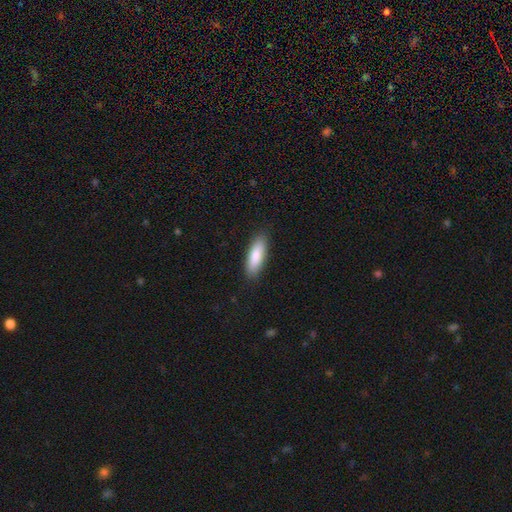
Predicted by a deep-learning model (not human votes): The model was most divided on "how rounded": in between: 56%, cigar-shaped: 42%, round: 2%. More confident: merging — none (87%); smooth or featured — smooth (84%).